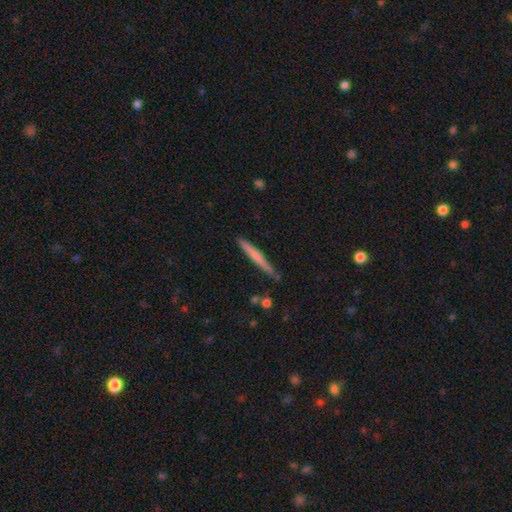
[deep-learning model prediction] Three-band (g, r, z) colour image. It shows a smooth galaxy with no disk features (58%) that is cigar-shaped (96%). Merging: none (84%).